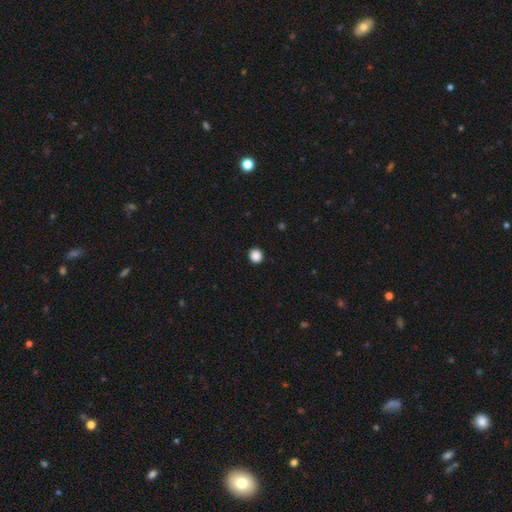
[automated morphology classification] Q: Smooth or featured?
A: smooth (88%); runner-up: star or artifact (10%)
Q: How rounded?
A: round (93%); runner-up: in between (6%)
Q: Merging?
A: none (93%); runner-up: minor disturbance (4%)